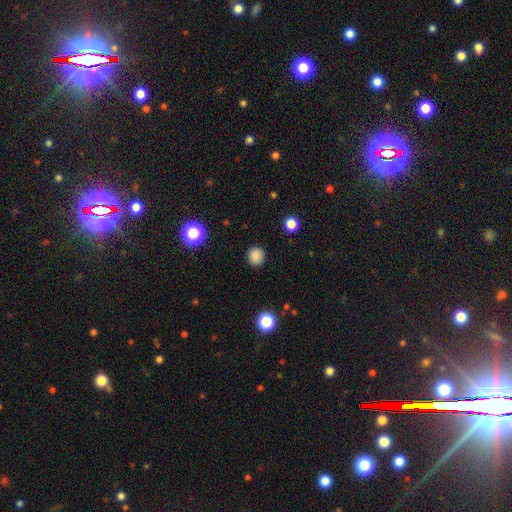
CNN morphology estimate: Q: Smooth or featured?
A: smooth (85%); runner-up: star or artifact (12%)
Q: How rounded?
A: round (87%); runner-up: in between (12%)
Q: Merging?
A: none (90%); runner-up: minor disturbance (7%)